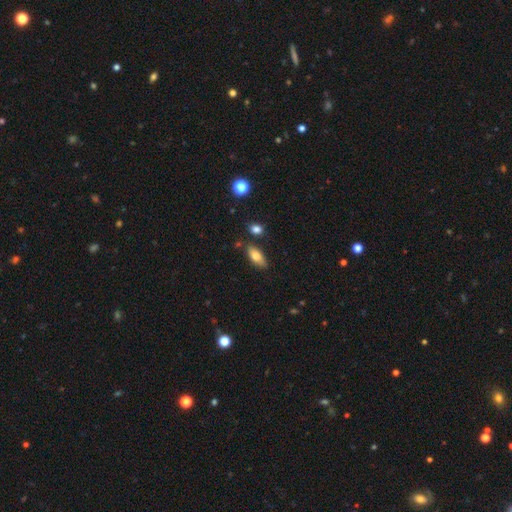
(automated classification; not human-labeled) Smooth or featured?
  - smooth: 78% *
  - featured or disk: 15%
  - star or artifact: 7%
How rounded?
  - in between: 81% *
  - cigar-shaped: 16%
  - round: 3%
Merging?
  - none: 78% *
  - minor disturbance: 14%
  - merger: 5%
  - major disturbance: 3%